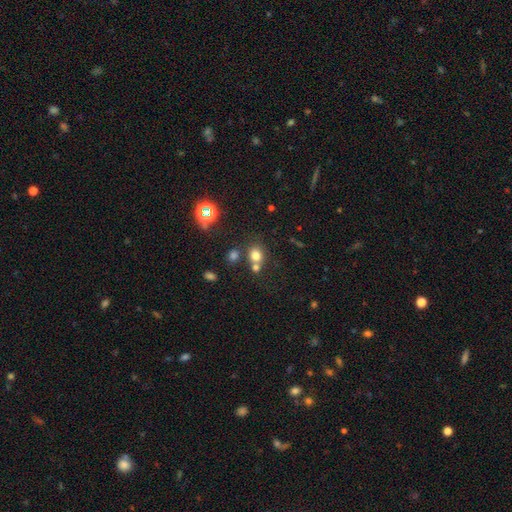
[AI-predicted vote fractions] A smooth galaxy with no disk features (72%) that is round (68%).

Vote fractions:
- Smooth or featured? smooth: 72% / star or artifact: 19% / featured or disk: 9%
- How rounded? round: 68% / in between: 31% / cigar-shaped: 1%
- Merging? none: 55% / merger: 31% / minor disturbance: 10% / major disturbance: 4%